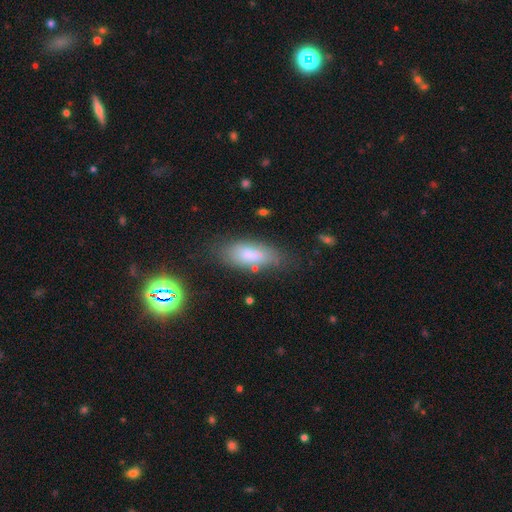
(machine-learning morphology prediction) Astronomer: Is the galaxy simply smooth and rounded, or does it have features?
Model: smooth — 77%.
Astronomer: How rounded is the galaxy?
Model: in between — 82%.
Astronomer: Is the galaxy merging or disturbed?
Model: none — 66%.